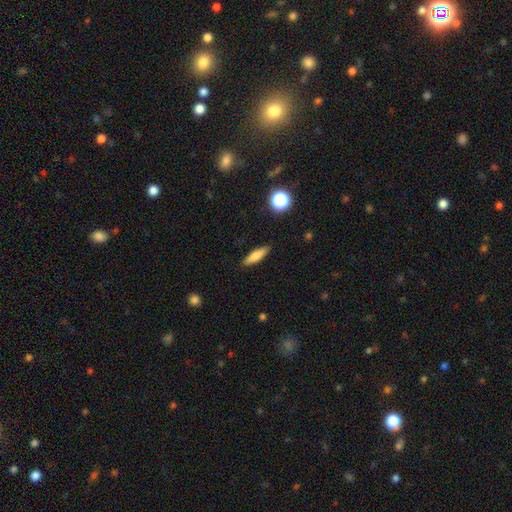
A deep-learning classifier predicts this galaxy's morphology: A smooth galaxy with no disk features (71%) that is cigar-shaped (65%). Merging: none (89%).